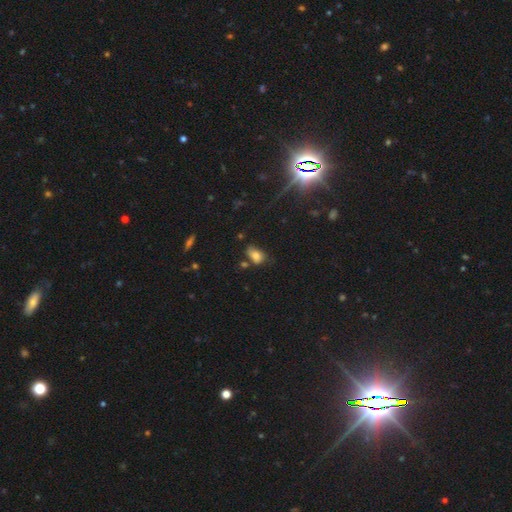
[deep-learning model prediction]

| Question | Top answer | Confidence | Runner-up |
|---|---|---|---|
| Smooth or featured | smooth | 77% | star or artifact (12%) |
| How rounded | in between | 85% | round (12%) |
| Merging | none | 52% | minor disturbance (28%) |